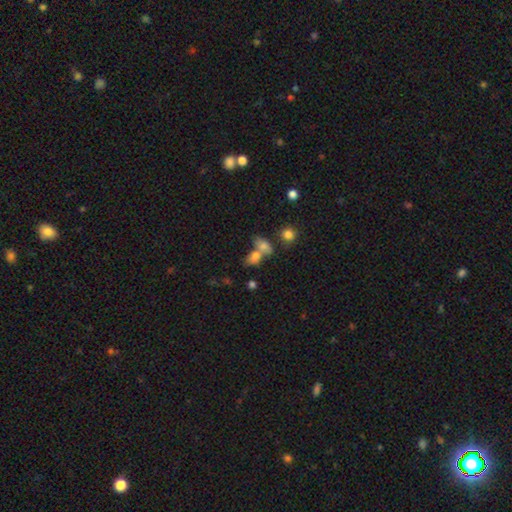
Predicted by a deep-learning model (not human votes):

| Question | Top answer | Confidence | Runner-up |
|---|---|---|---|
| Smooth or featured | smooth | 74% | star or artifact (13%) |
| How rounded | in between | 76% | round (20%) |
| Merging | merger | 52% | none (32%) |